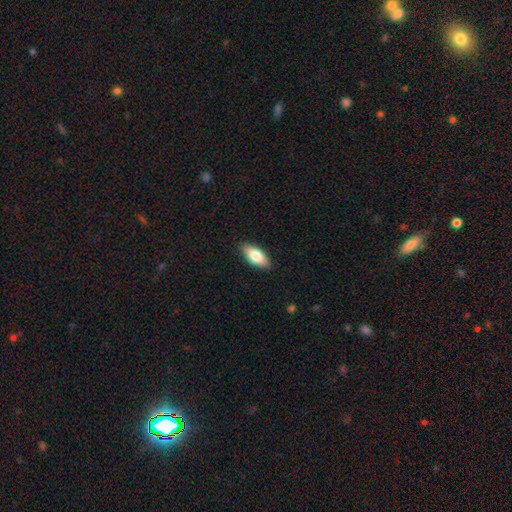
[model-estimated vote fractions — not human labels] The model was most divided on "smooth or featured": smooth: 78%, featured or disk: 16%, star or artifact: 6%. More confident: merging — none (88%); how rounded — in between (87%).